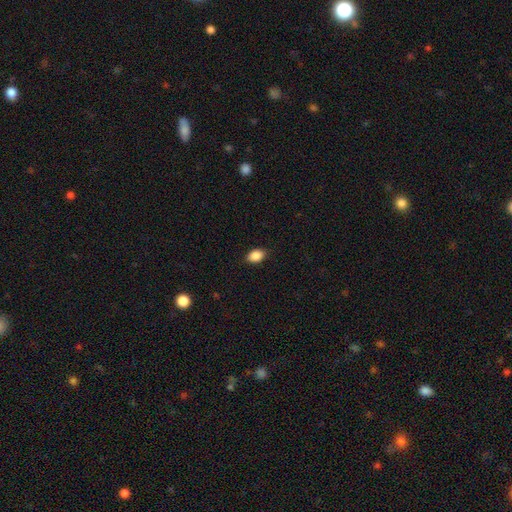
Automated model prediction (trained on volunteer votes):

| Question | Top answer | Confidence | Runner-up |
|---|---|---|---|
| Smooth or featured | smooth | 88% | star or artifact (8%) |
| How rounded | in between | 85% | round (14%) |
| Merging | none | 86% | minor disturbance (11%) |